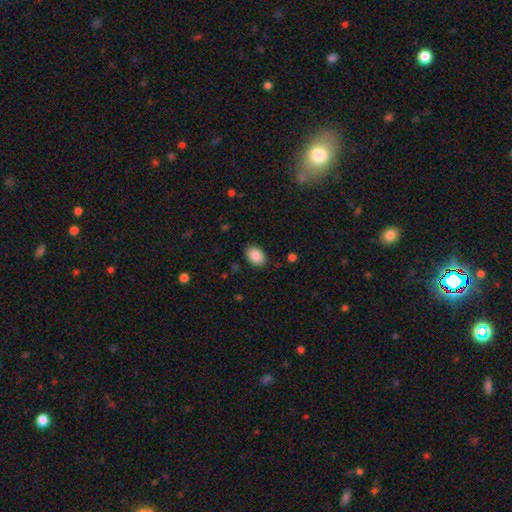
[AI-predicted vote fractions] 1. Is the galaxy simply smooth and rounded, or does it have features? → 88% smooth, 7% star or artifact, 4% featured or disk.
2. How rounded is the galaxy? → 81% in between, 18% round, 1% cigar-shaped.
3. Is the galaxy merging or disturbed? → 87% none, 9% minor disturbance, 2% major disturbance, 1% merger.